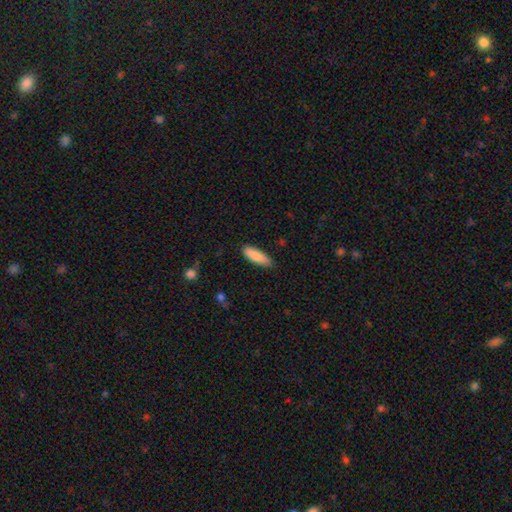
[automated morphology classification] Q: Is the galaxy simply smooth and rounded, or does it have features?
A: smooth — 87%.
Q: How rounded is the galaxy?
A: in between — 51%.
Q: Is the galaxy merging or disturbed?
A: none — 85%.